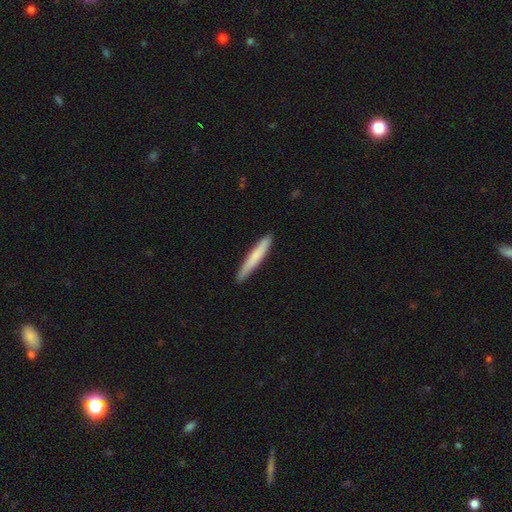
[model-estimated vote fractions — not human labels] This is likely a smooth galaxy (74%). How rounded: clearly cigar-shaped (96%). Merging: clearly none (90%).